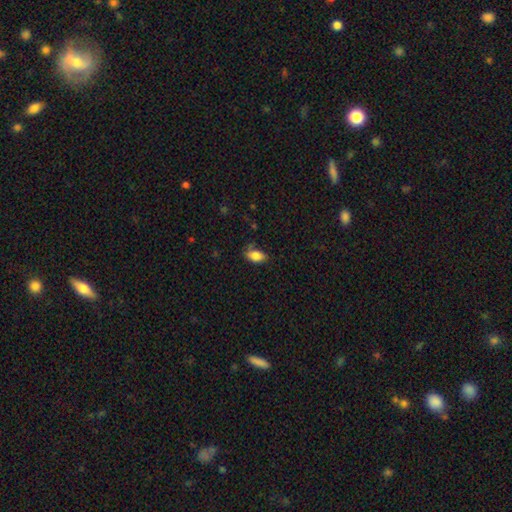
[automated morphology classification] Smooth or featured? smooth (84%)
How rounded? in between (91%)
Merging? none (69%)